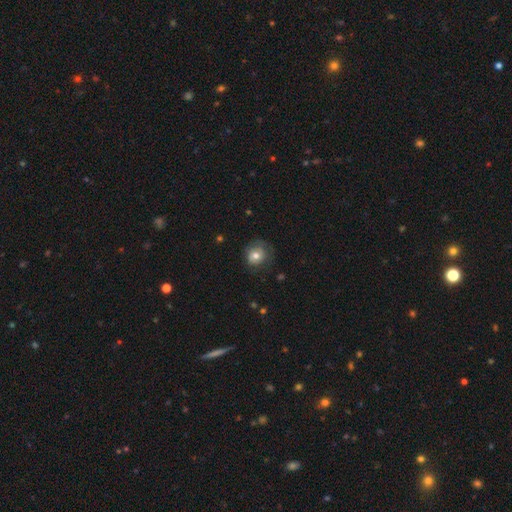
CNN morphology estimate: The model was most divided on "merging": none: 66%, minor disturbance: 23%, major disturbance: 10%, merger: 1%. More confident: how rounded — round (79%); smooth or featured — smooth (71%).